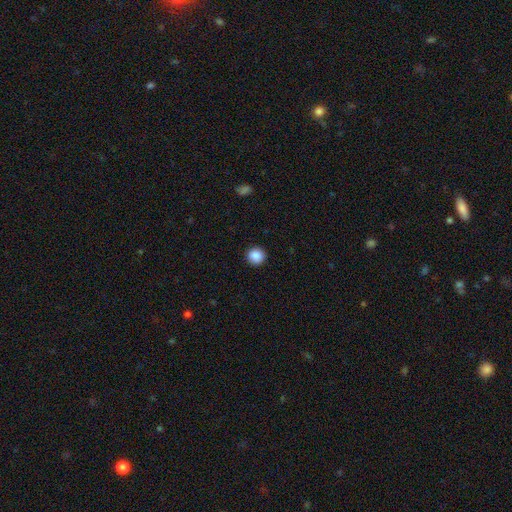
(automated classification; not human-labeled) The model was most divided on "smooth or featured": smooth: 88%, star or artifact: 9%, featured or disk: 3%. More confident: how rounded — round (95%); merging — none (93%).